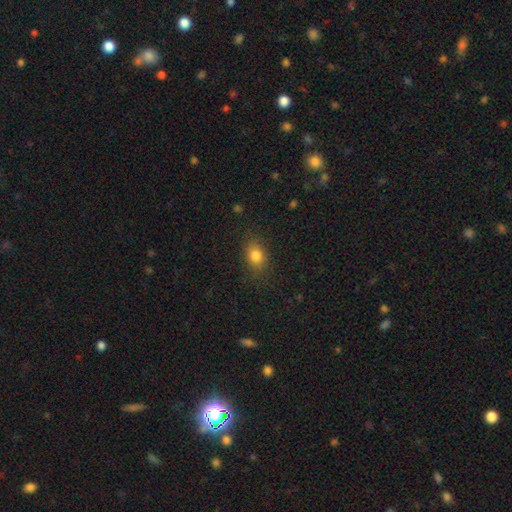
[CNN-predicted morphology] Smooth or featured: smooth — 82% (star or artifact — 11%)
How rounded: in between — 66% (round — 32%)
Merging: none — 82% (minor disturbance — 13%)